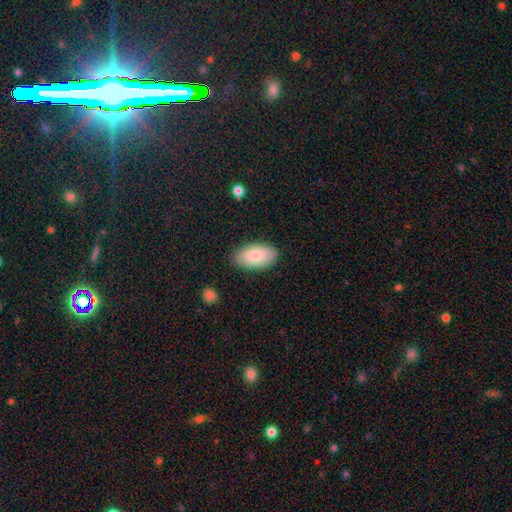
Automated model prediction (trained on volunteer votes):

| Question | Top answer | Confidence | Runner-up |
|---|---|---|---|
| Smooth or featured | smooth | 83% | featured or disk (11%) |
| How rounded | in between | 96% | round (3%) |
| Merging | none | 85% | minor disturbance (11%) |